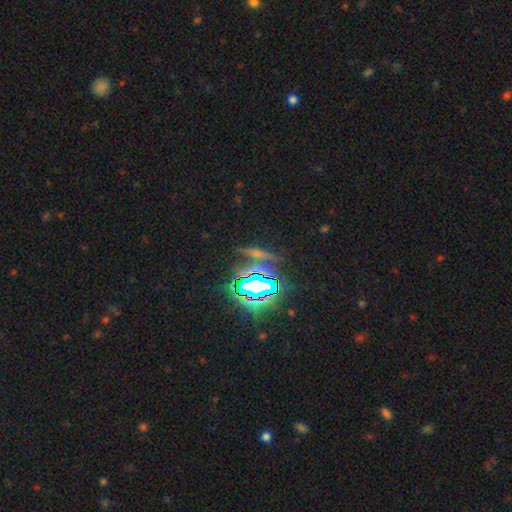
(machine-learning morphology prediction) A star or artifact, not a galaxy (71%).